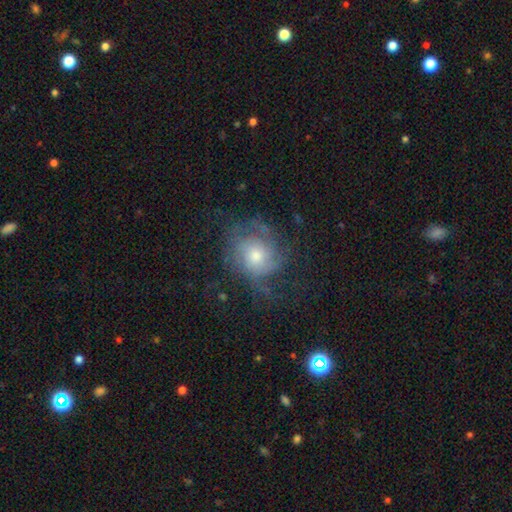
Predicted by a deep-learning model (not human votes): Smooth or featured? Predicted: featured or disk (p=0.67). Edge-on disk? Predicted: no (p=0.97). Bar? Predicted: no (p=0.79). Spiral arms? Predicted: yes (p=0.85). Spiral winding? Predicted: tight (p=0.40). Spiral arm count? Predicted: can't tell (p=0.41). Bulge size? Predicted: moderate (p=0.62). Merging? Predicted: none (p=0.56).